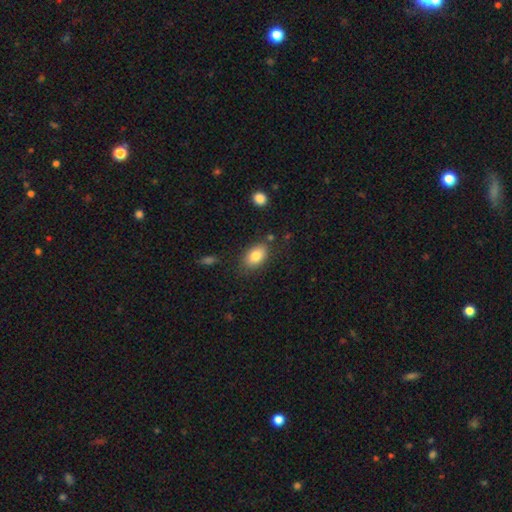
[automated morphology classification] Q: Smooth or featured?
A: smooth (82%); runner-up: featured or disk (11%)
Q: How rounded?
A: in between (88%); runner-up: round (11%)
Q: Merging?
A: none (78%); runner-up: minor disturbance (15%)